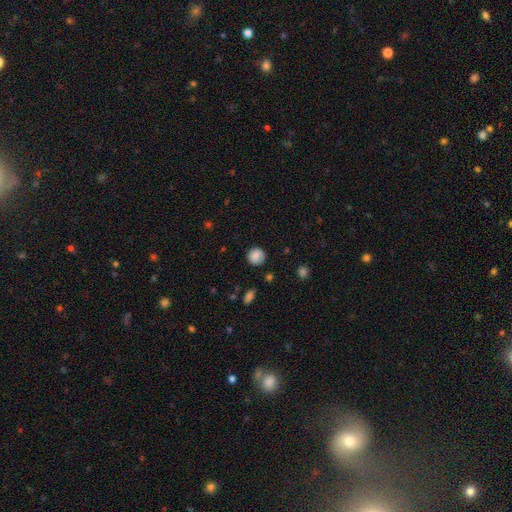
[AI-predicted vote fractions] Morphology: type=smooth (84%); roundness=round (89%); merging=none (76%).